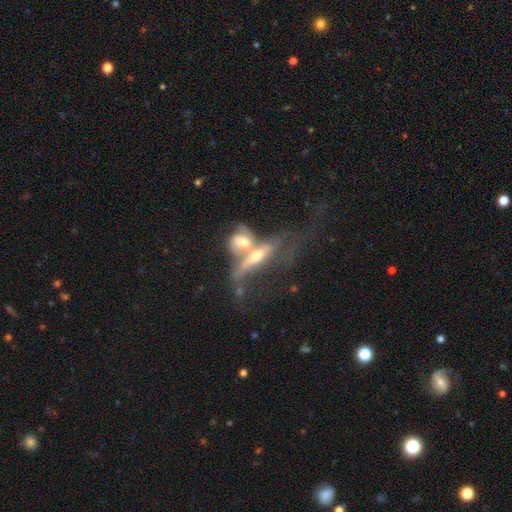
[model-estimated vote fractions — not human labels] Morphology: type=featured or disk (59%); edge-on=no (50%, tied with yes); merging=merger (71%).